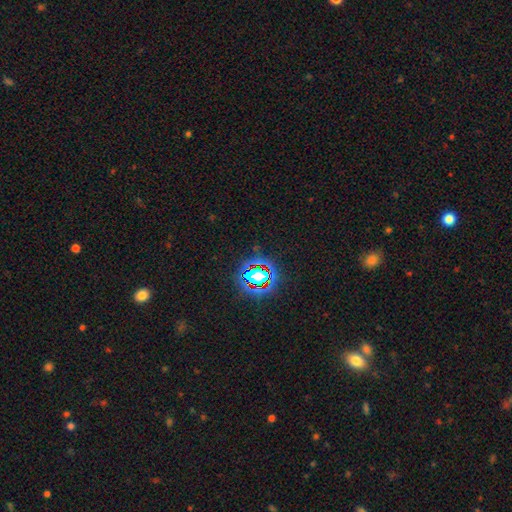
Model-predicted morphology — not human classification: This appears to be a star or artifact, not a galaxy (74%).